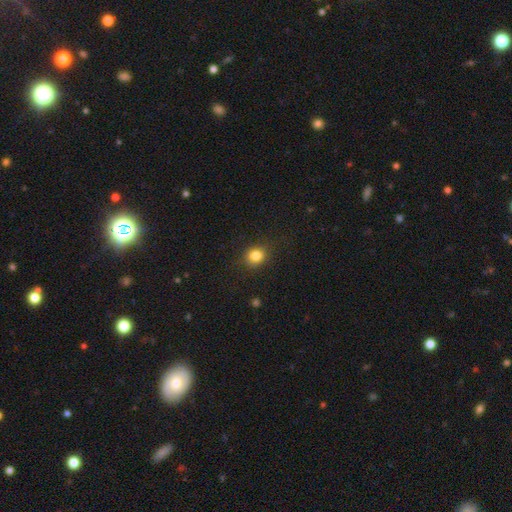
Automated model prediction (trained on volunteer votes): smooth_or_featured: smooth (p=0.83) [alt: star or artifact p=0.11]
how_rounded: round (p=0.72) [alt: in between p=0.27]
merging: none (p=0.86) [alt: minor disturbance p=0.10]